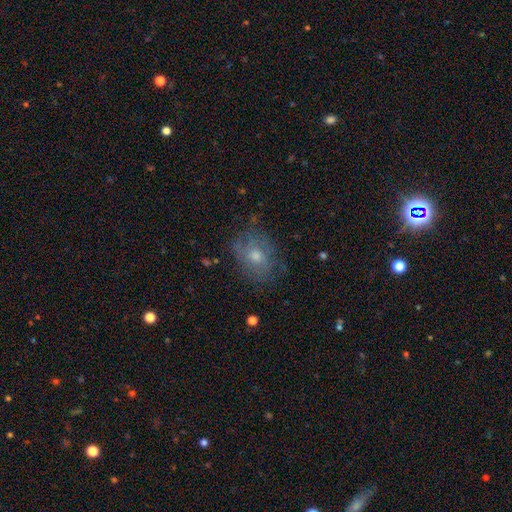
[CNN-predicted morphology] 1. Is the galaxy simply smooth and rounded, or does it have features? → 49% smooth, 40% featured or disk, 11% star or artifact.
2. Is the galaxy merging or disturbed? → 64% none, 23% minor disturbance, 12% major disturbance, 2% merger.